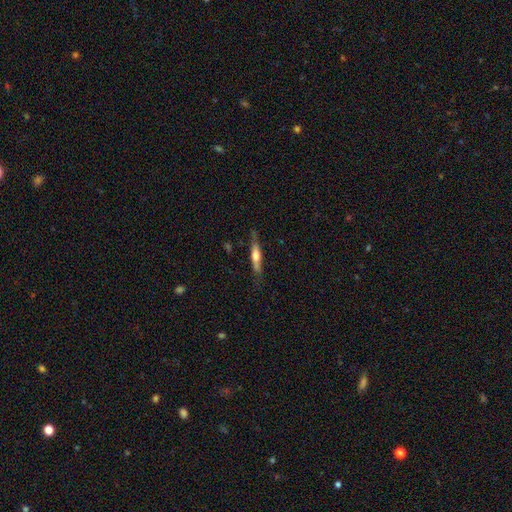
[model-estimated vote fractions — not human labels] Q: Smooth or featured?
A: smooth (47%); tied with: featured or disk (47%)
Q: Merging?
A: none (73%); runner-up: minor disturbance (20%)